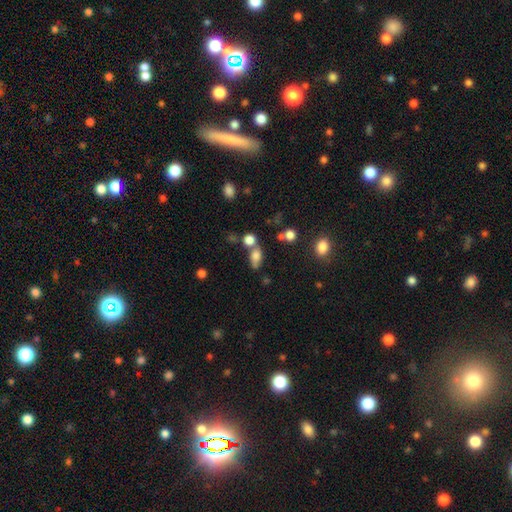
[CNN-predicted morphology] Smooth or featured?
  - smooth: 74% *
  - star or artifact: 14%
  - featured or disk: 12%
How rounded?
  - in between: 71% *
  - round: 24%
  - cigar-shaped: 5%
Merging?
  - none: 43% *
  - merger: 34%
  - minor disturbance: 16%
  - major disturbance: 8%